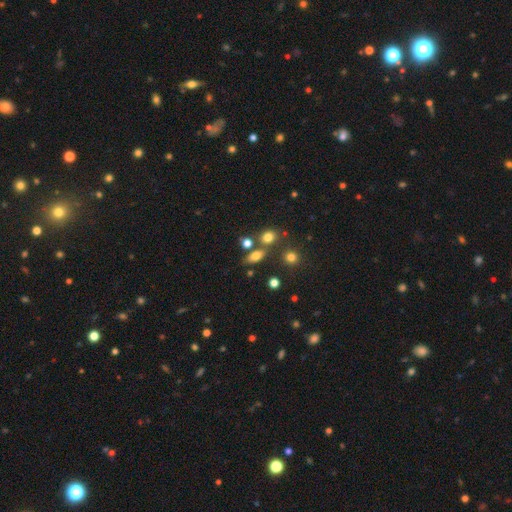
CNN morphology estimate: This is likely a smooth galaxy (69%). How rounded: likely in between (71%). Merging: likely none (65%).